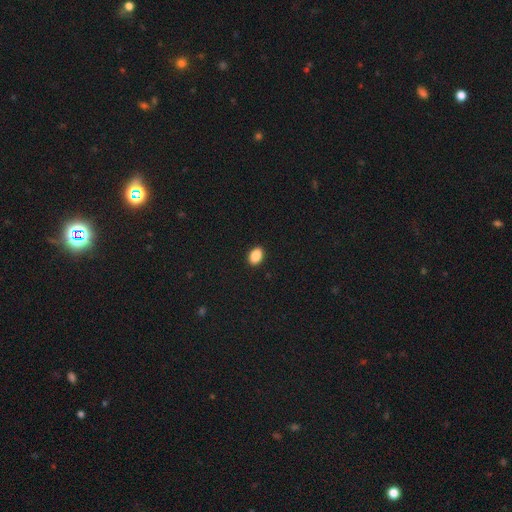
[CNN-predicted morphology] smooth-or-featured: smooth: 89% | star or artifact: 8% | featured or disk: 3%
  how-rounded: in between: 81% | round: 17% | cigar-shaped: 1%
  merging: none: 91% | minor disturbance: 6% | major disturbance: 2% | merger: 1%